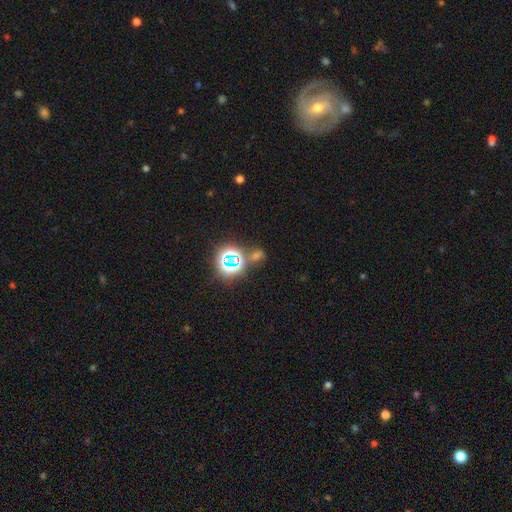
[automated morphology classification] Smooth or featured? Predicted: star or artifact (p=0.63).